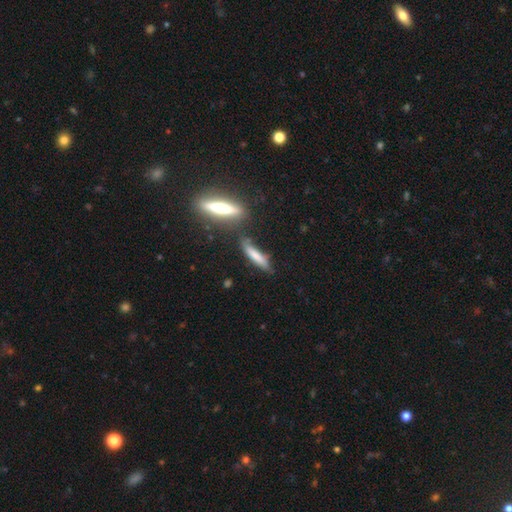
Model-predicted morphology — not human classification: This appears to be a smooth galaxy with no disk features (67%) that is cigar-shaped (85%). Merging: none (60%).